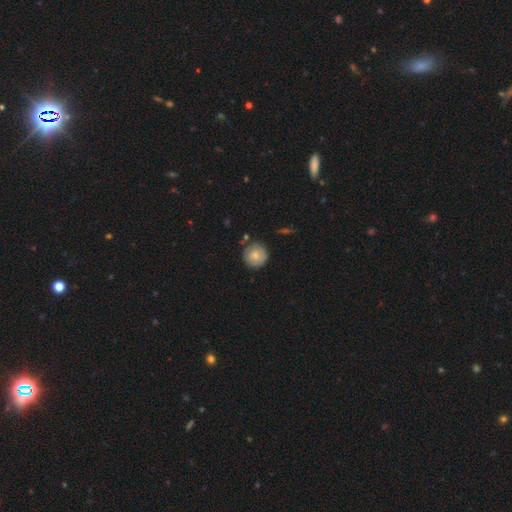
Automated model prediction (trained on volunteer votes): smooth-or-featured: smooth: 72% | featured or disk: 21% | star or artifact: 7%
  how-rounded: round: 94% | in between: 5% | cigar-shaped: 1%
  merging: none: 80% | minor disturbance: 13% | merger: 3% | major disturbance: 3%